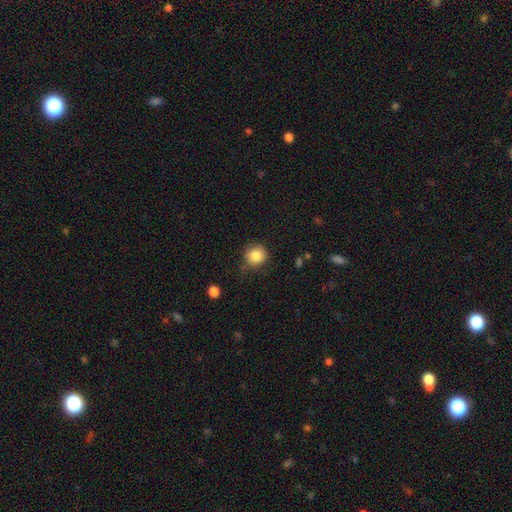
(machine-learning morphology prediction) Smooth or featured: smooth — 85% (star or artifact — 10%)
How rounded: round — 87% (in between — 12%)
Merging: none — 74% (minor disturbance — 19%)